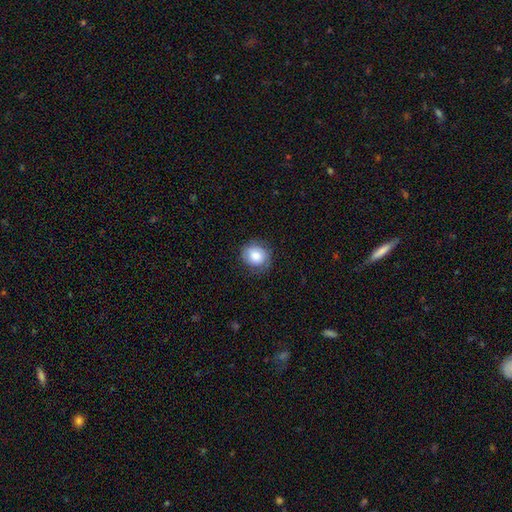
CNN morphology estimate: A smooth galaxy with no disk features (80%) that is round (69%).

Vote fractions:
- Smooth or featured? smooth: 80% / featured or disk: 12% / star or artifact: 8%
- How rounded? round: 69% / in between: 30% / cigar-shaped: 1%
- Merging? none: 76% / minor disturbance: 18% / major disturbance: 5% / merger: 1%